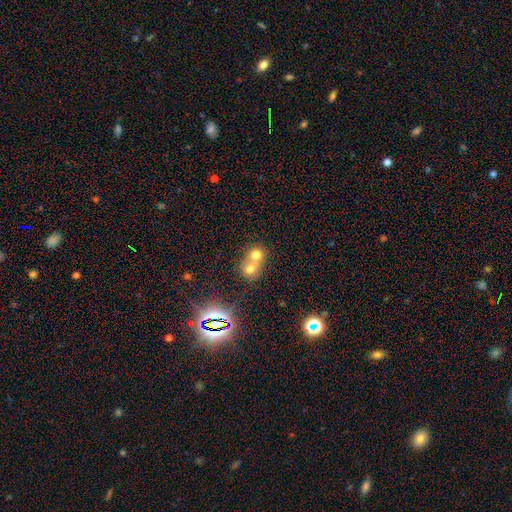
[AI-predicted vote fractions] This appears to be a smooth galaxy with no disk features (67%) that is round (72%). Merging: merger (70%).